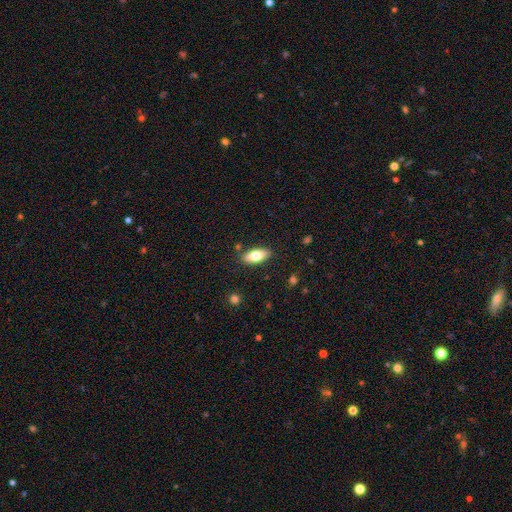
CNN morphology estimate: This is likely a smooth galaxy (75%). How rounded: clearly in between (87%). Merging: clearly none (86%).